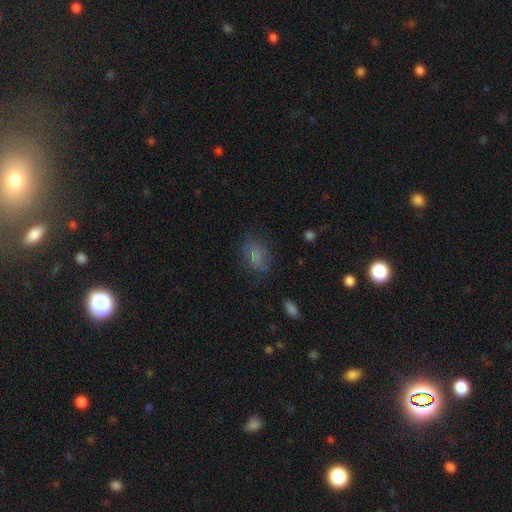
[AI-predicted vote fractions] smooth_or_featured: smooth (p=0.73) [alt: featured or disk p=0.14]
how_rounded: in between (p=0.75) [alt: round p=0.23]
merging: none (p=0.62) [alt: minor disturbance p=0.22]